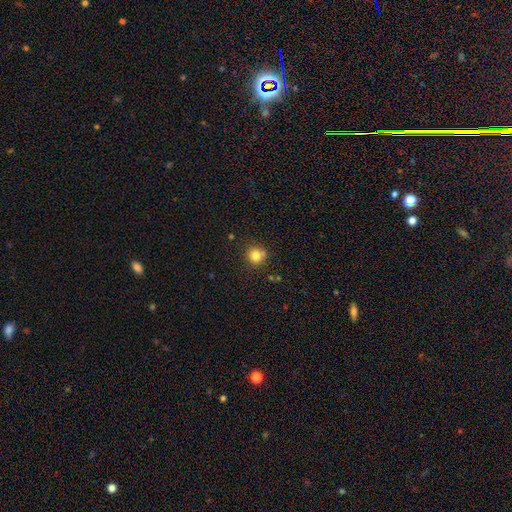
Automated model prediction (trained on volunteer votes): Overall: smooth (80%). How rounded: round (91%). Merging: none (73%).